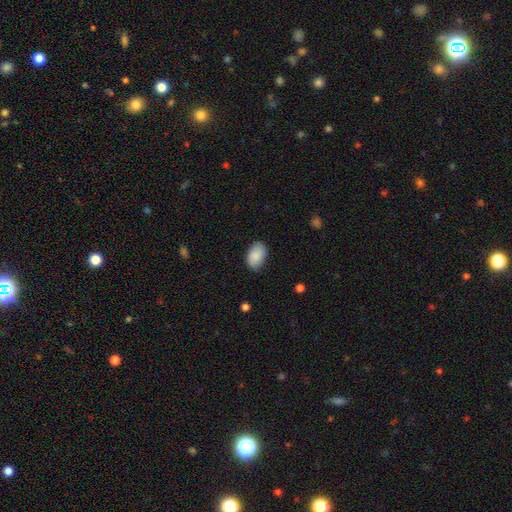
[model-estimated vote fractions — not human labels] This is clearly a smooth galaxy (88%). How rounded: clearly in between (90%). Merging: clearly none (81%).